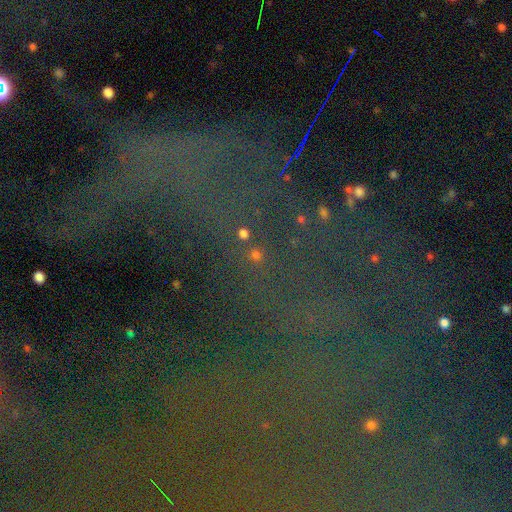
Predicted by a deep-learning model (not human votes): smooth-or-featured: star or artifact: 78% | smooth: 13% | featured or disk: 9%